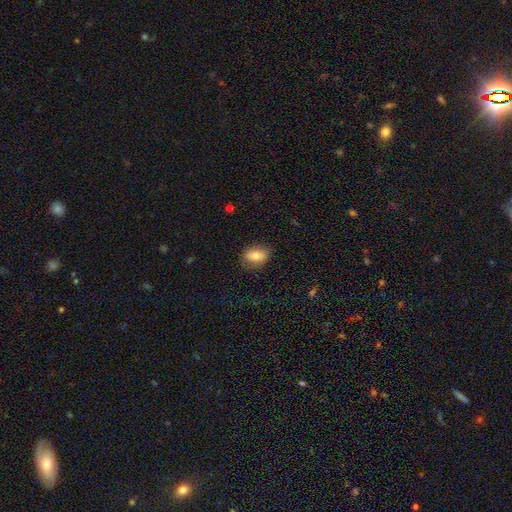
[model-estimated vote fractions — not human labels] smooth-or-featured: smooth: 76% | featured or disk: 16% | star or artifact: 8%
  how-rounded: in between: 80% | round: 16% | cigar-shaped: 3%
  merging: none: 79% | minor disturbance: 16% | major disturbance: 4% | merger: 1%